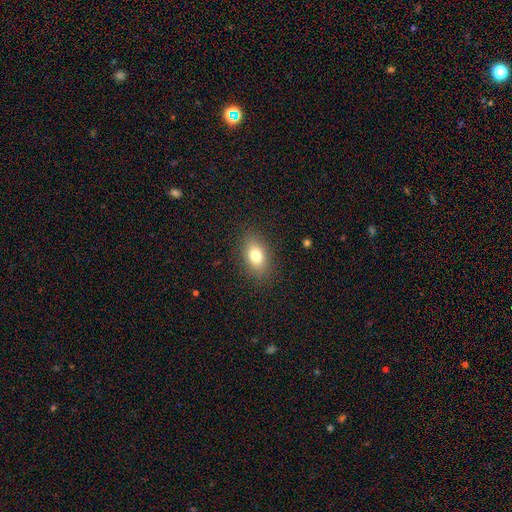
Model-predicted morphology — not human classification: smooth_or_featured: smooth (p=0.78) [alt: featured or disk p=0.12]
how_rounded: in between (p=0.82) [alt: round p=0.14]
merging: none (p=0.86) [alt: minor disturbance p=0.09]